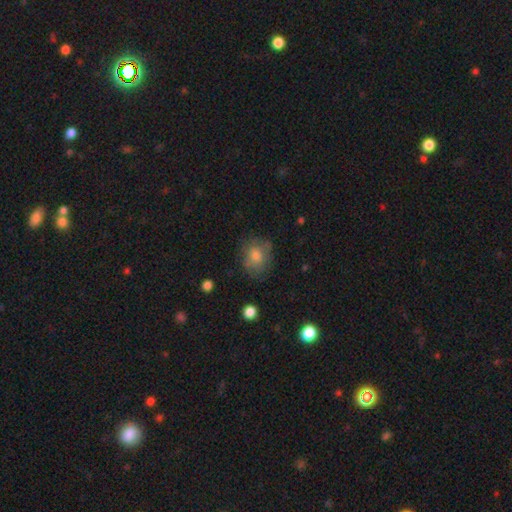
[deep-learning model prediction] A smooth galaxy with no disk features (73%) that is round (66%).

Vote fractions:
- Smooth or featured? smooth: 73% / featured or disk: 16% / star or artifact: 11%
- How rounded? round: 66% / in between: 33% / cigar-shaped: 1%
- Merging? none: 73% / minor disturbance: 19% / major disturbance: 6% / merger: 2%